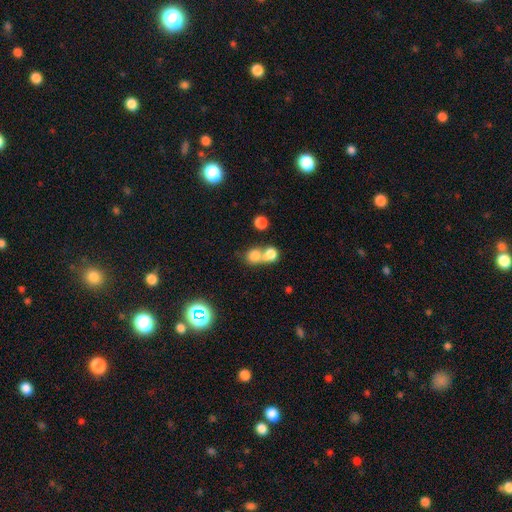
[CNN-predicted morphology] A smooth galaxy with no disk features (75%) that is round (71%). Merging: merger (63%).